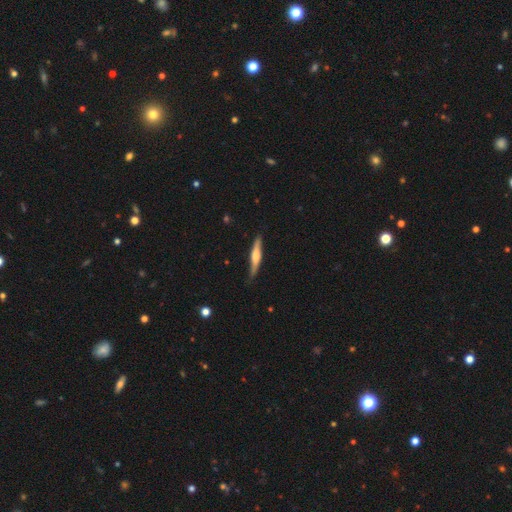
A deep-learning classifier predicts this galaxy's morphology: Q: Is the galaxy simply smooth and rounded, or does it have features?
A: featured or disk — 51%.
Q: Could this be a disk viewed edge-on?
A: yes — 92%.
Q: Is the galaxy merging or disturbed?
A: none — 79%.